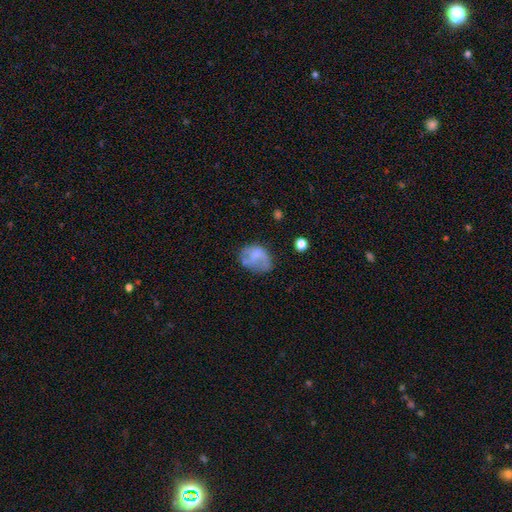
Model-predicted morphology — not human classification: type=smooth (55%); roundness=in between (62%); merging=none (42%).